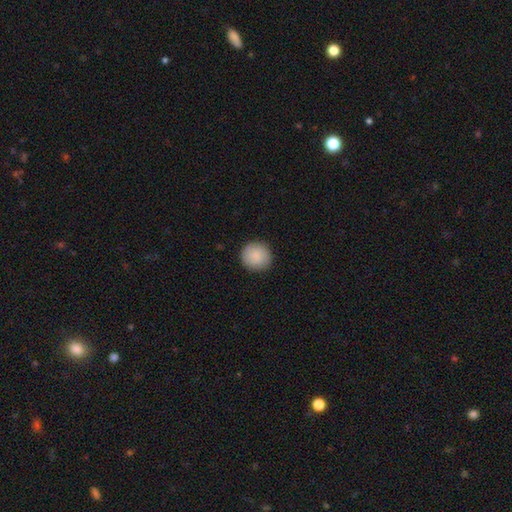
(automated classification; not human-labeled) Morphology: type=smooth (88%); roundness=round (94%); merging=none (90%).